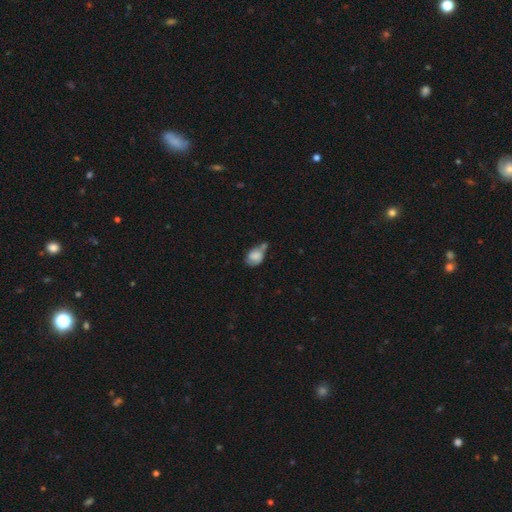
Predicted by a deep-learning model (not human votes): smooth_or_featured: smooth (p=0.68) [alt: featured or disk p=0.23]
how_rounded: in between (p=0.73) [alt: round p=0.25]
merging: minor disturbance (p=0.32) [alt: none p=0.27]